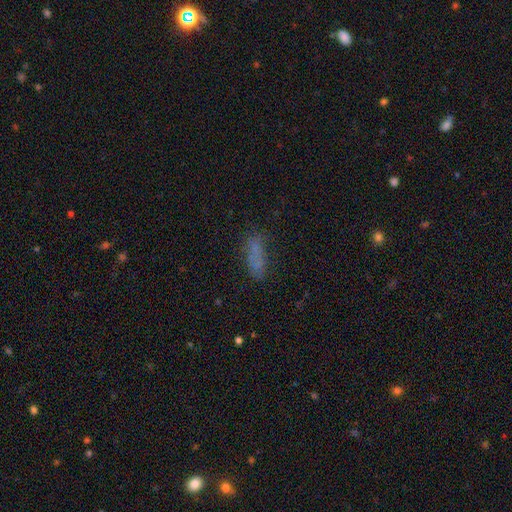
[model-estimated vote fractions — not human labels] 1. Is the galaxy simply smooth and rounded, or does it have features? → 68% smooth, 17% featured or disk, 15% star or artifact.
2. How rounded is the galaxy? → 52% in between, 45% cigar-shaped, 3% round.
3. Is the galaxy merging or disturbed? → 66% none, 19% minor disturbance, 10% major disturbance, 6% merger.